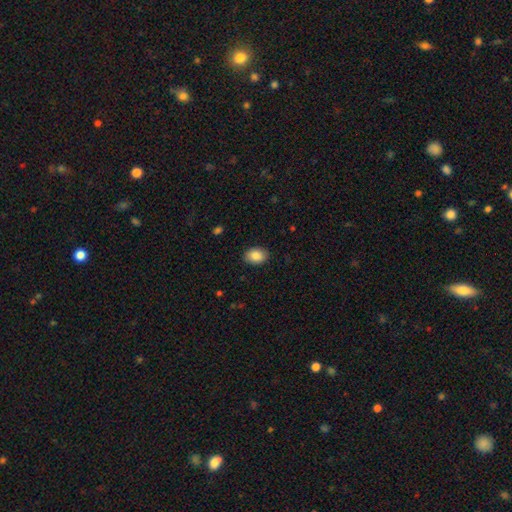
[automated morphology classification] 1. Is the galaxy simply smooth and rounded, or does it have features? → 87% smooth, 7% star or artifact, 5% featured or disk.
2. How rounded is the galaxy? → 76% in between, 23% round, 1% cigar-shaped.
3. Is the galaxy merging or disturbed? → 89% none, 8% minor disturbance, 2% major disturbance, 1% merger.